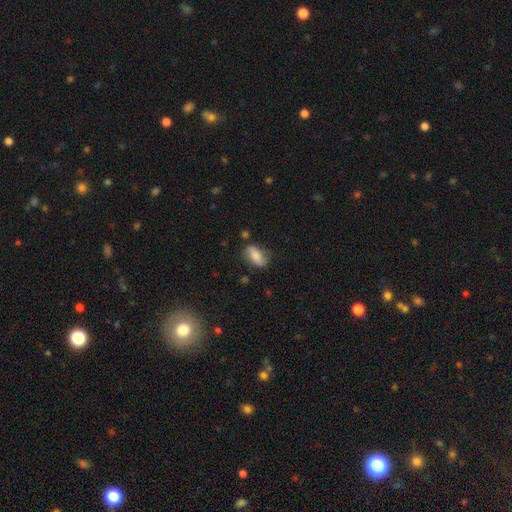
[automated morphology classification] The model was most divided on "smooth or featured": smooth: 67%, featured or disk: 25%, star or artifact: 8%. More confident: how rounded — in between (88%); merging — none (69%).